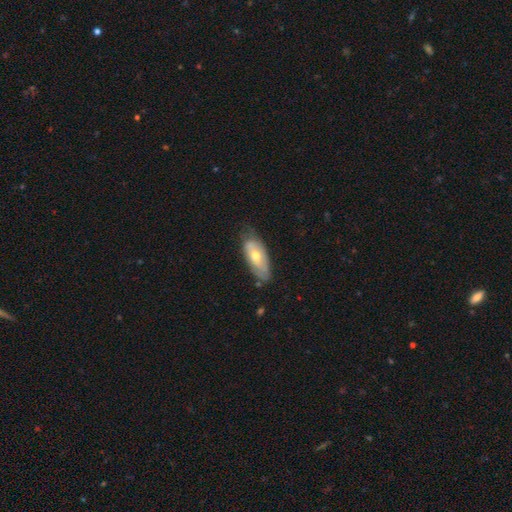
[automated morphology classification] This is possibly a smooth galaxy (50%). Merging: likely none (63%).